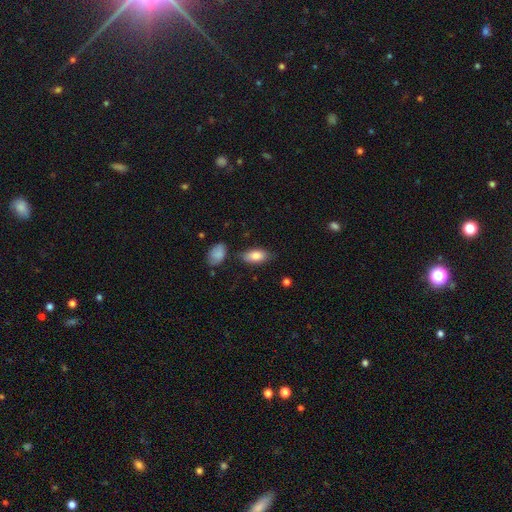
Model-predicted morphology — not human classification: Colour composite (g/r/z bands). It shows a smooth galaxy with no disk features (84%) that is in between round and cigar-shaped (91%). Merging: none (77%).